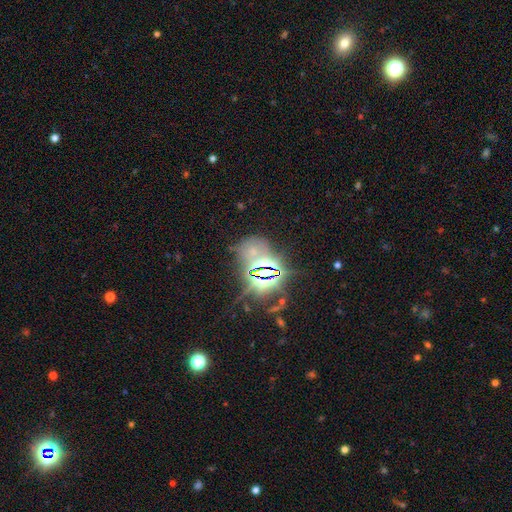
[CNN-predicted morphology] Smooth or featured? Predicted: star or artifact (p=0.77).